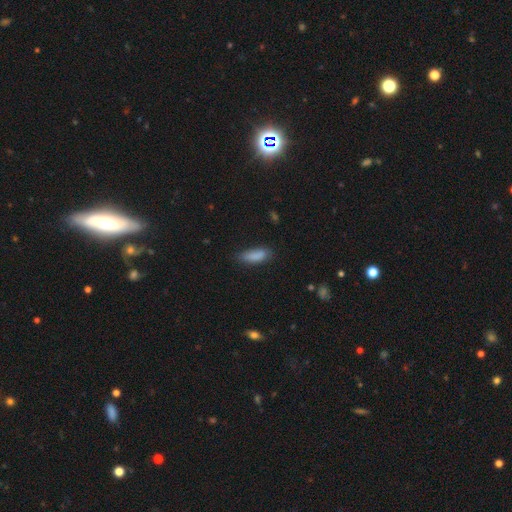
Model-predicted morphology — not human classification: Q: Smooth or featured?
A: smooth (86%); runner-up: star or artifact (8%)
Q: How rounded?
A: in between (65%); runner-up: cigar-shaped (33%)
Q: Merging?
A: none (71%); runner-up: minor disturbance (22%)